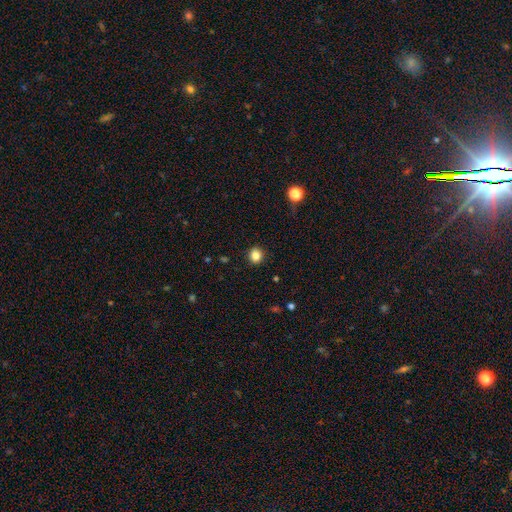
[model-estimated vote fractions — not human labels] Smooth or featured? Predicted: smooth (p=0.84). How rounded? Predicted: round (p=0.89). Merging? Predicted: none (p=0.91).